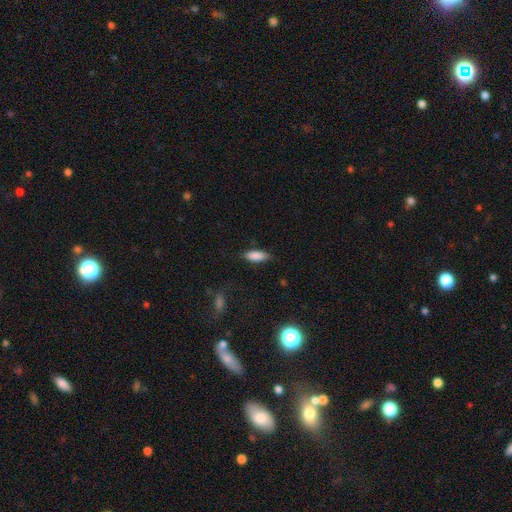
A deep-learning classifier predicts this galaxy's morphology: smooth-or-featured: smooth: 87% | star or artifact: 7% | featured or disk: 6%
  how-rounded: in between: 79% | cigar-shaped: 19% | round: 2%
  merging: none: 78% | minor disturbance: 16% | major disturbance: 4% | merger: 1%